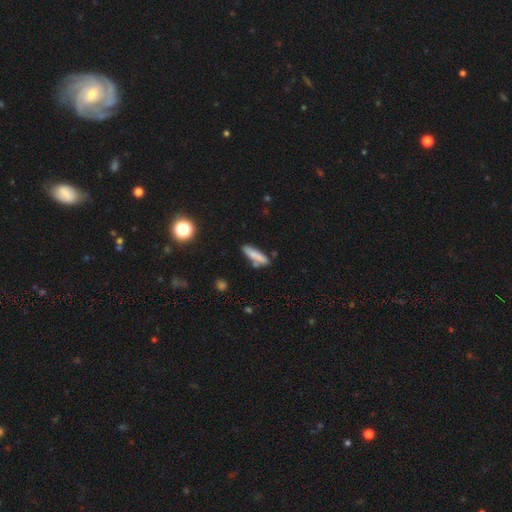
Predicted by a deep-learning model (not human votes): smooth 79%, featured or disk 13%, star or artifact 8%. Down the decision tree: how rounded — cigar-shaped (70%); merging — none (68%).